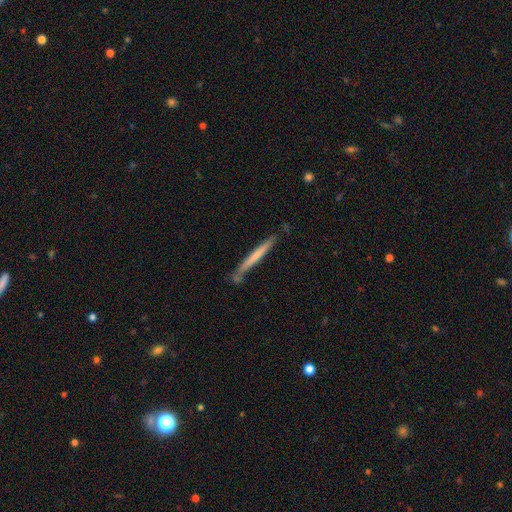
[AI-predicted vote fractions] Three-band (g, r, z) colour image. It shows a smooth galaxy with no disk features (55%) that is cigar-shaped (97%). Merging: none (76%).